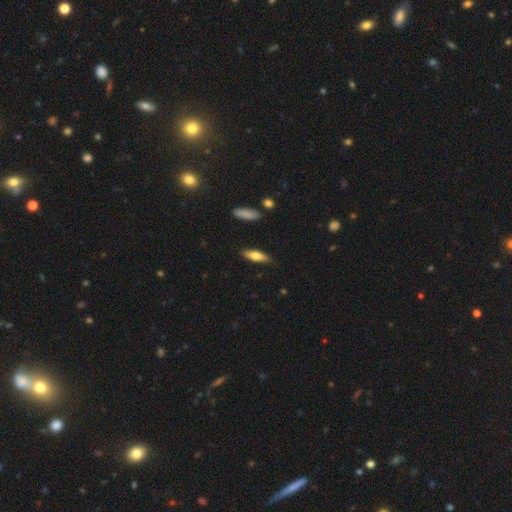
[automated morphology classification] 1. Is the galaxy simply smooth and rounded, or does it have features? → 63% smooth, 30% featured or disk, 6% star or artifact.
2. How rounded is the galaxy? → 55% cigar-shaped, 42% in between, 2% round.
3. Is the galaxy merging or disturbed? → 85% none, 11% minor disturbance, 2% major disturbance, 2% merger.